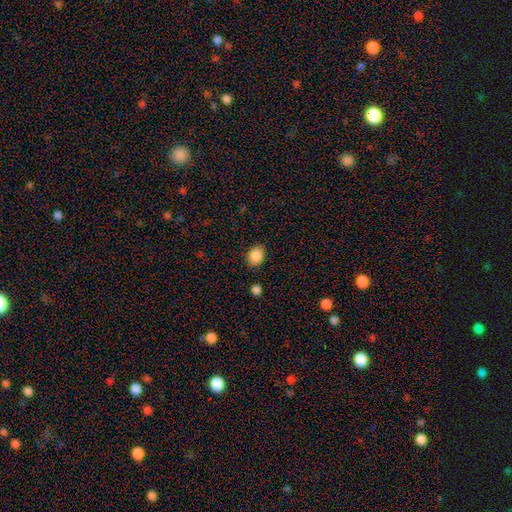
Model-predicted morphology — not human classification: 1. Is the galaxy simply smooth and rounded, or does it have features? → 88% smooth, 9% star or artifact, 4% featured or disk.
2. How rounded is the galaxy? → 55% in between, 44% round, 1% cigar-shaped.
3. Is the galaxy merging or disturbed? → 84% none, 11% minor disturbance, 3% major disturbance, 2% merger.